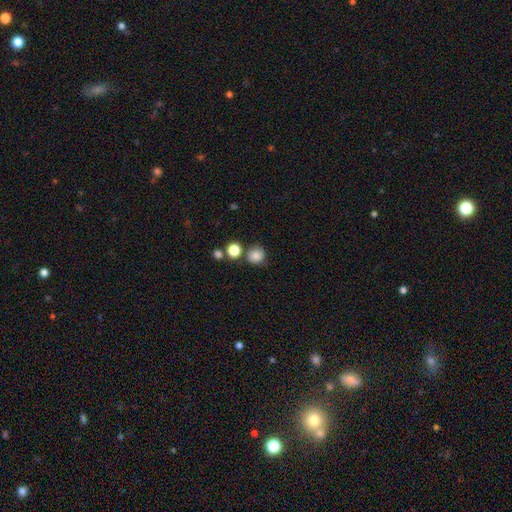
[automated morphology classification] Smooth or featured? Predicted: smooth (p=0.82). How rounded? Predicted: round (p=0.89). Merging? Predicted: none (p=0.73).